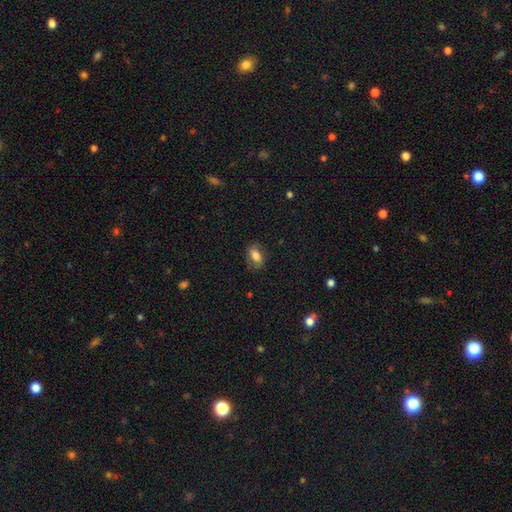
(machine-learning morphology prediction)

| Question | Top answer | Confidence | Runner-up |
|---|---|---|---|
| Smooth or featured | smooth | 75% | featured or disk (16%) |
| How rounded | in between | 86% | round (11%) |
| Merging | none | 76% | minor disturbance (17%) |